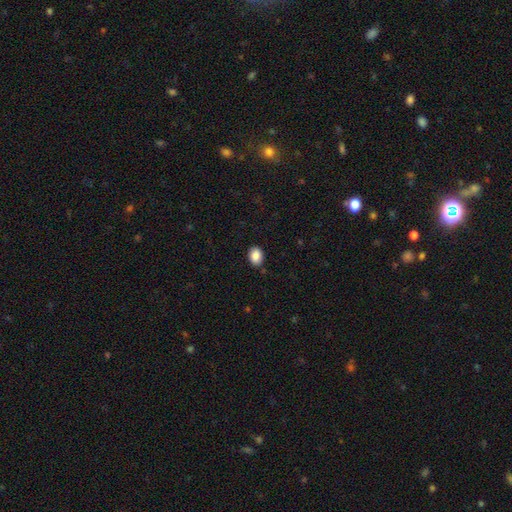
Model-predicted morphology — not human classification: This is clearly a smooth galaxy (88%). How rounded: likely in between (71%). Merging: clearly none (86%).